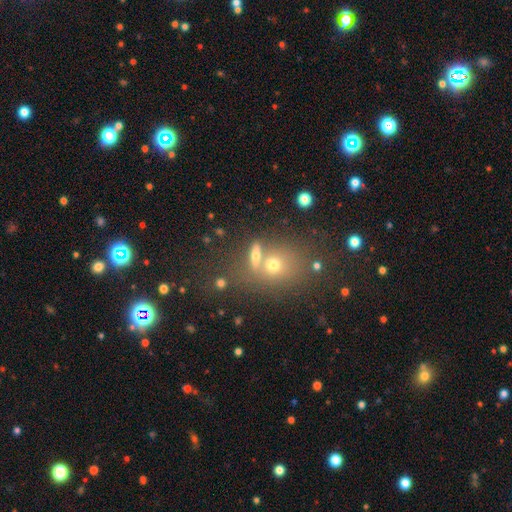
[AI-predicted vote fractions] Q: Smooth or featured?
A: smooth (60%); runner-up: featured or disk (24%)
Q: How rounded?
A: in between (49%); runner-up: round (32%)
Q: Merging?
A: none (48%); runner-up: merger (35%)